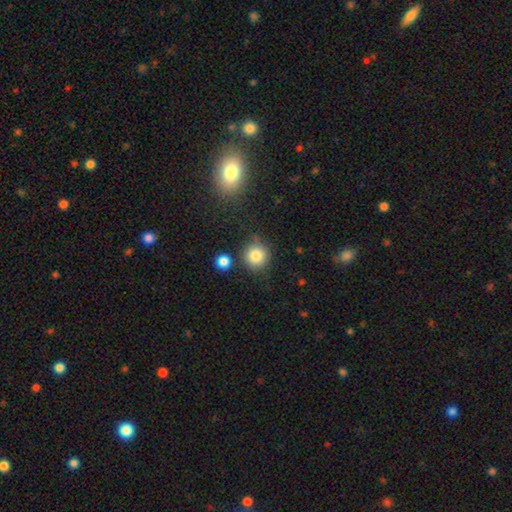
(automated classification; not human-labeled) Smooth or featured? smooth (83%)
How rounded? round (92%)
Merging? none (80%)